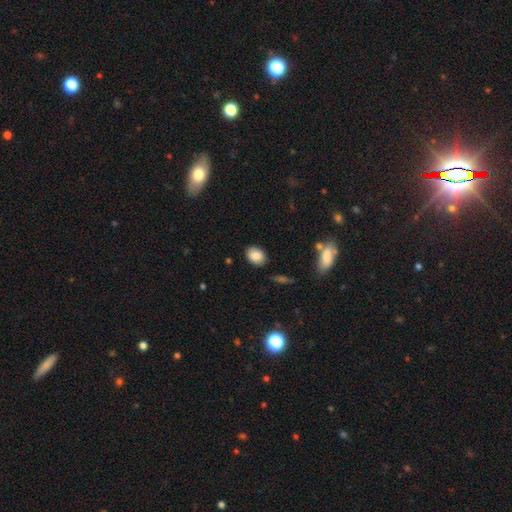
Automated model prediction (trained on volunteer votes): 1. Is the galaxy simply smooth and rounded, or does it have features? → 86% smooth, 8% star or artifact, 6% featured or disk.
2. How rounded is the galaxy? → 72% in between, 27% round, 1% cigar-shaped.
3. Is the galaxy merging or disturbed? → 86% none, 10% minor disturbance, 2% major disturbance, 2% merger.